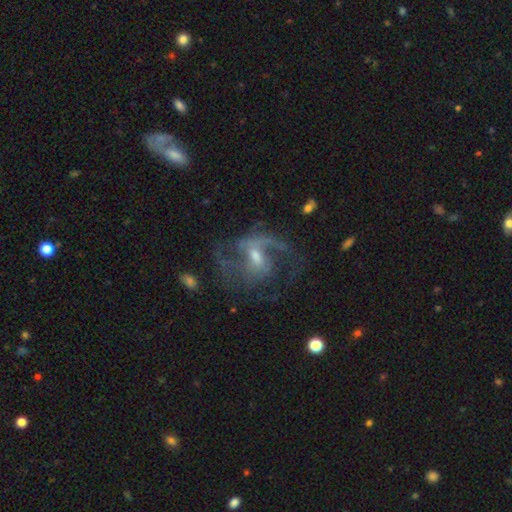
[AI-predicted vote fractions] The model was most divided on "bulge size": small: 47%, moderate: 45%, none: 4%, large: 3%, dominant: 1%. Remaining: edge-on disk — no (97%); spiral arms — yes (94%); smooth or featured — featured or disk (84%); spiral arm count — 2 (65%); merging — none (59%); bar — weak (50%); spiral winding — medium (49%).